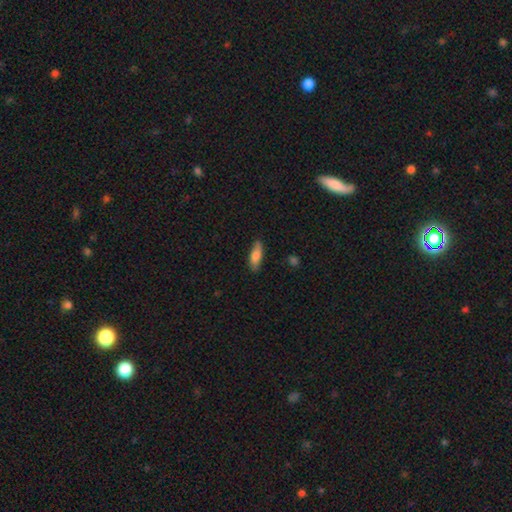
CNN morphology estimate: Q: Smooth or featured?
A: smooth (80%); runner-up: featured or disk (13%)
Q: How rounded?
A: in between (55%); runner-up: cigar-shaped (43%)
Q: Merging?
A: none (80%); runner-up: minor disturbance (16%)